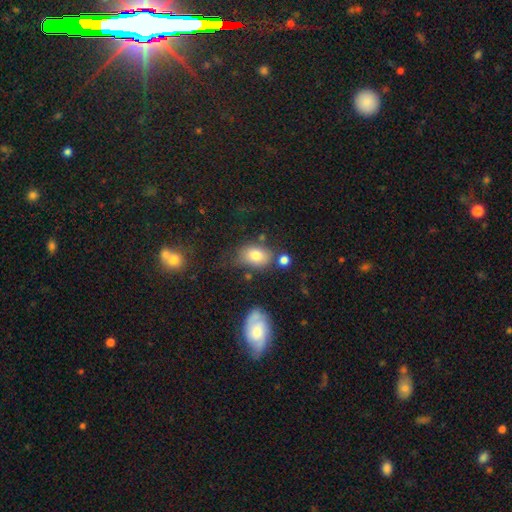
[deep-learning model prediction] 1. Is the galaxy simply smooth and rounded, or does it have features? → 78% smooth, 12% featured or disk, 10% star or artifact.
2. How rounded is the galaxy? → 78% in between, 20% round, 1% cigar-shaped.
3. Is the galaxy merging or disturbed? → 61% none, 20% minor disturbance, 11% merger, 8% major disturbance.